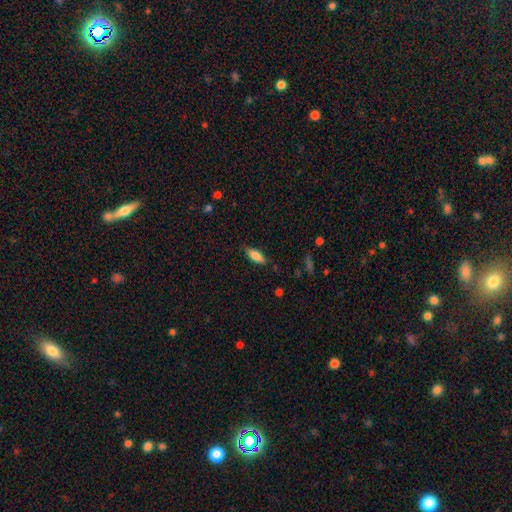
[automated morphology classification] The model was most divided on "how rounded": in between: 76%, cigar-shaped: 22%, round: 2%. More confident: smooth or featured — smooth (84%); merging — none (80%).